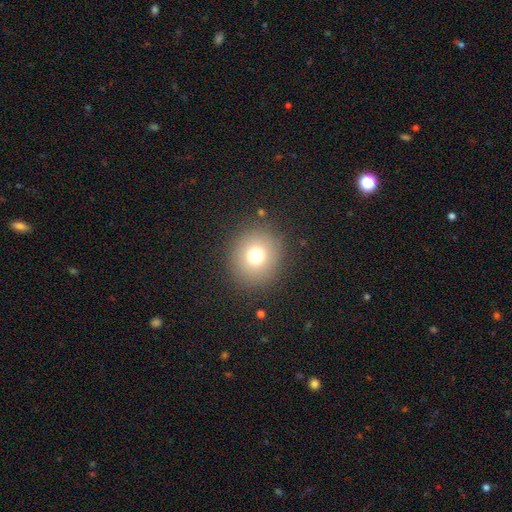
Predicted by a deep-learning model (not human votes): smooth-or-featured: smooth: 74% | star or artifact: 15% | featured or disk: 12%
  how-rounded: round: 86% | in between: 13% | cigar-shaped: 1%
  merging: none: 87% | minor disturbance: 8% | major disturbance: 4% | merger: 1%